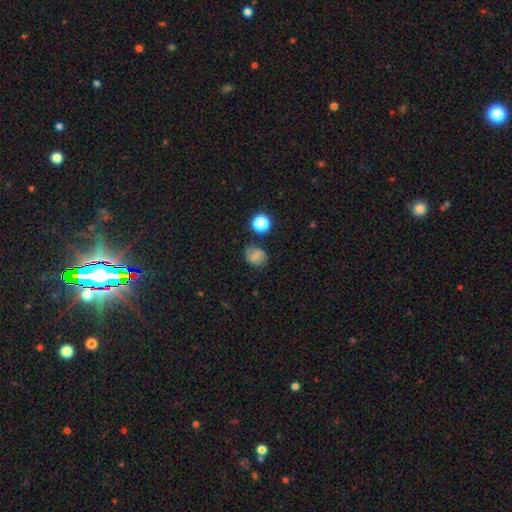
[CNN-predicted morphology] smooth-or-featured: smooth: 60% | featured or disk: 25% | star or artifact: 15%
  how-rounded: round: 62% | in between: 36% | cigar-shaped: 1%
  merging: none: 73% | minor disturbance: 18% | major disturbance: 6% | merger: 3%